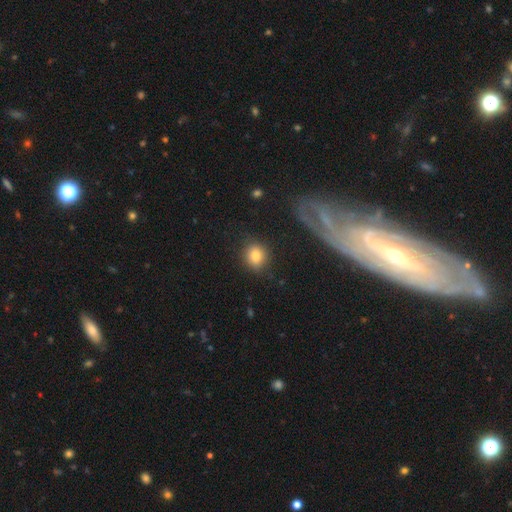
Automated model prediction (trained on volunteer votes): smooth-or-featured: smooth: 80% | star or artifact: 10% | featured or disk: 9%
  how-rounded: round: 79% | in between: 20% | cigar-shaped: 1%
  merging: none: 84% | minor disturbance: 10% | major disturbance: 4% | merger: 2%